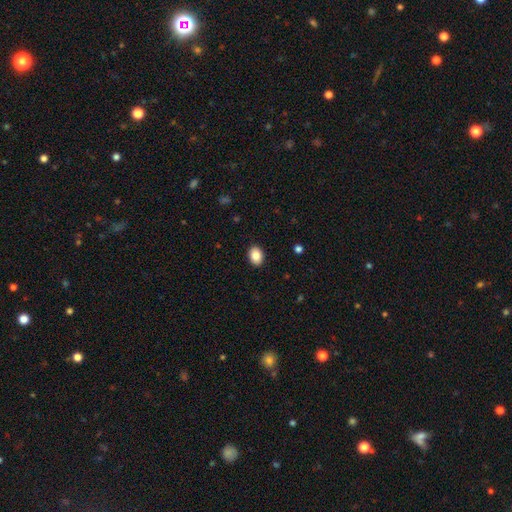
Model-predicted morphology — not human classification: A smooth galaxy with no disk features (87%) that is in between round and cigar-shaped (72%). Merging: none (90%).